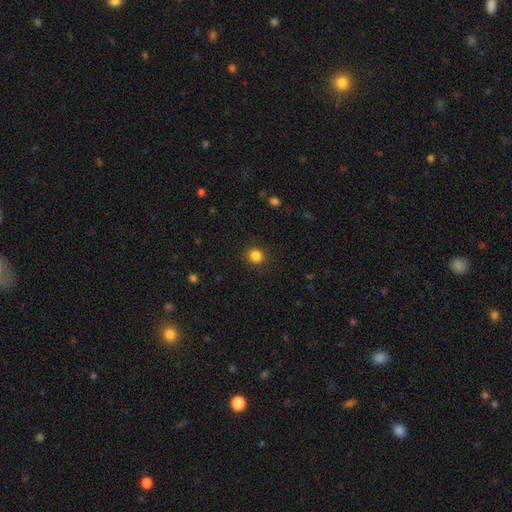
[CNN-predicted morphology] Smooth or featured? Predicted: smooth (p=0.85). How rounded? Predicted: round (p=0.86). Merging? Predicted: none (p=0.90).